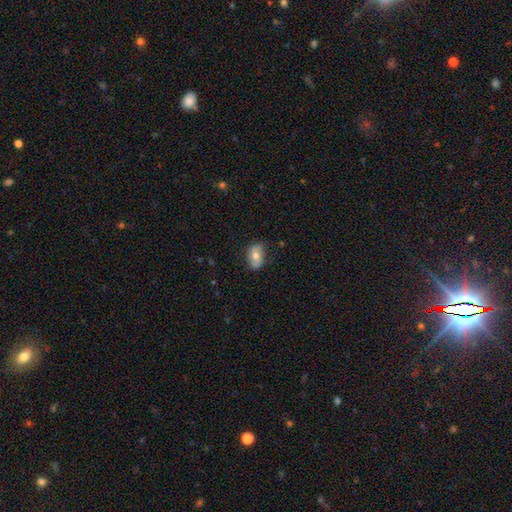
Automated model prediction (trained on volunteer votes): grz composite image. It shows a smooth galaxy with no disk features (63%) that is in between round and cigar-shaped (86%). Merging: none (77%).